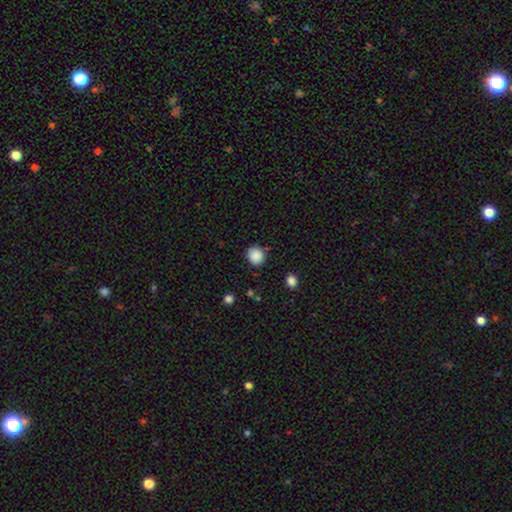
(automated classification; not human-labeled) Smooth or featured: smooth — 88% (star or artifact — 9%)
How rounded: round — 85% (in between — 15%)
Merging: none — 85% (minor disturbance — 10%)